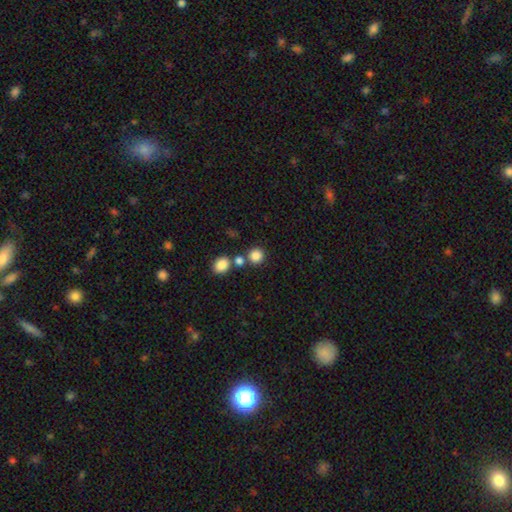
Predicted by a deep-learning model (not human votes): This is clearly a smooth galaxy (84%). How rounded: clearly round (89%). Merging: likely none (73%).